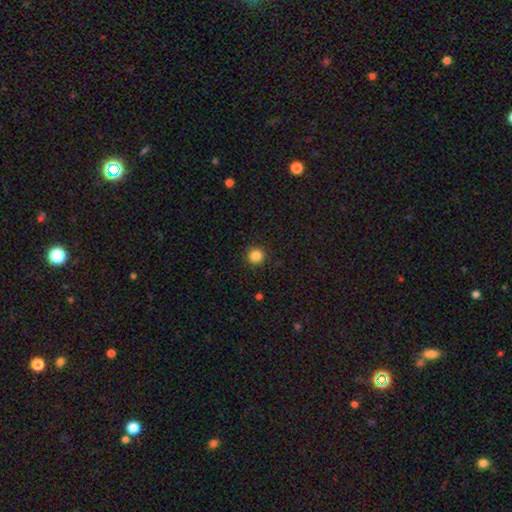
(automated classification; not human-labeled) Morphology: type=smooth (85%); roundness=round (95%); merging=none (92%).